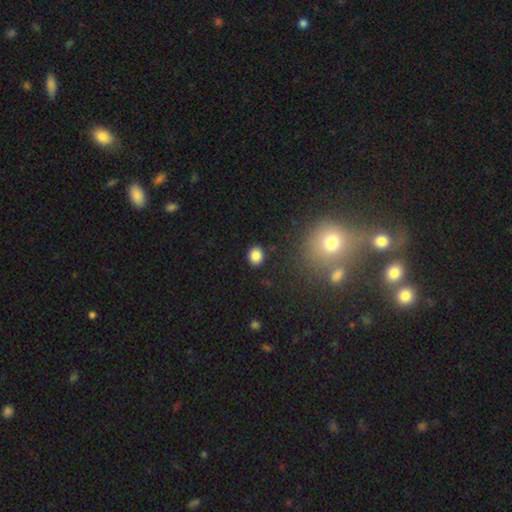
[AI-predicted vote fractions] Overall: smooth (85%). How rounded: round (68%; in between 31%). Merging: none (89%).